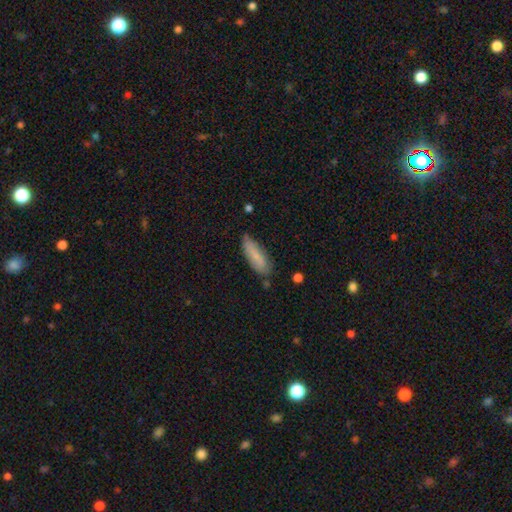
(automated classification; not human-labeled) Overall: smooth (77%). How rounded: in between (52%; cigar-shaped 46%). Merging: none (69%).